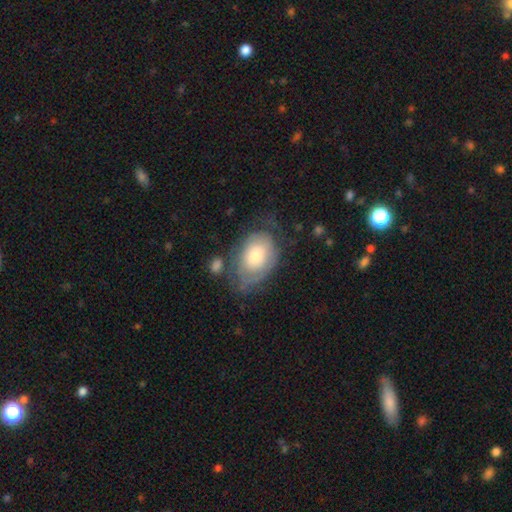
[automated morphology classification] Smooth or featured?
  - smooth: 52% *
  - featured or disk: 41%
  - star or artifact: 7%
How rounded?
  - in between: 80% *
  - round: 19%
  - cigar-shaped: 1%
Merging?
  - none: 47% *
  - minor disturbance: 29%
  - major disturbance: 19%
  - merger: 5%